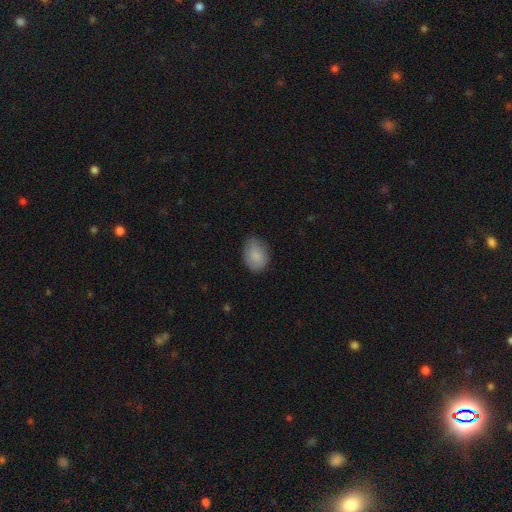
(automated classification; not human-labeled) smooth-or-featured: smooth: 86% | featured or disk: 7% | star or artifact: 7%
  how-rounded: in between: 74% | round: 25% | cigar-shaped: 1%
  merging: none: 70% | minor disturbance: 25% | major disturbance: 4% | merger: 1%